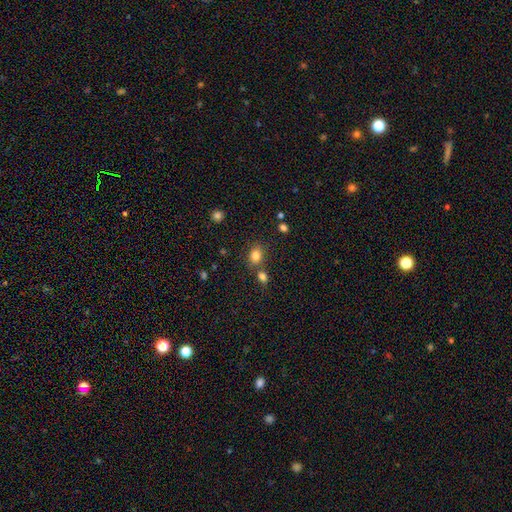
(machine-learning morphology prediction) A smooth galaxy with no disk features (81%) that is in between round and cigar-shaped (58%).

Vote fractions:
- Smooth or featured? smooth: 81% / star or artifact: 12% / featured or disk: 6%
- How rounded? in between: 58% / round: 41% / cigar-shaped: 1%
- Merging? none: 65% / merger: 20% / minor disturbance: 12% / major disturbance: 4%